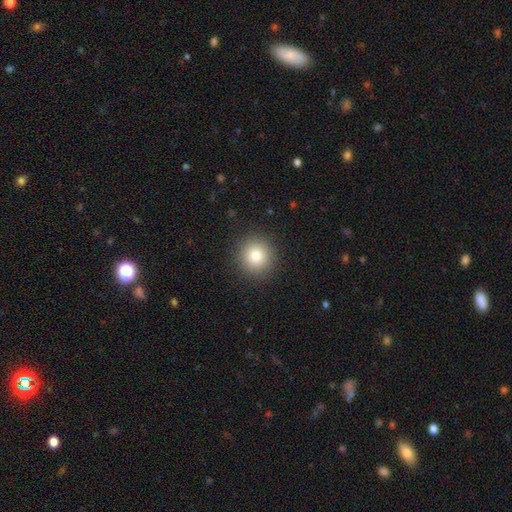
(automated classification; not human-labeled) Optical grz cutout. It shows a smooth galaxy with no disk features (82%) that is round (91%). Merging: none (90%).